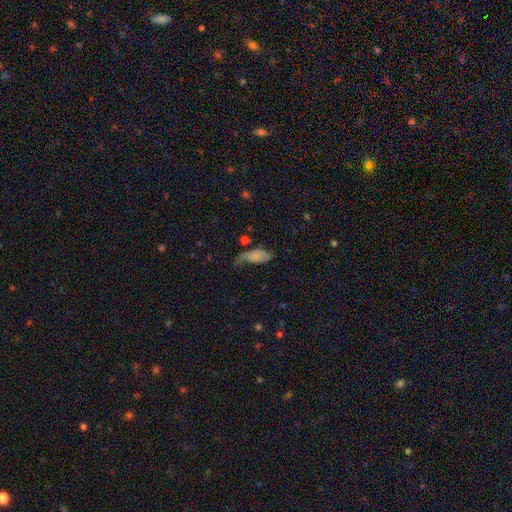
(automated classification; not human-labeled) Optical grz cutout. It shows a smooth galaxy with no disk features (63%) that is in between round and cigar-shaped (88%). Merging: major disturbance (39%).